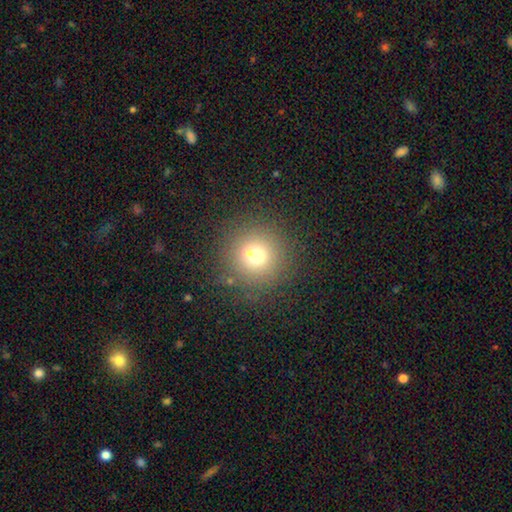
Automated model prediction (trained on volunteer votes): A smooth galaxy with no disk features (65%) that is round (92%). Merging: none (59%).